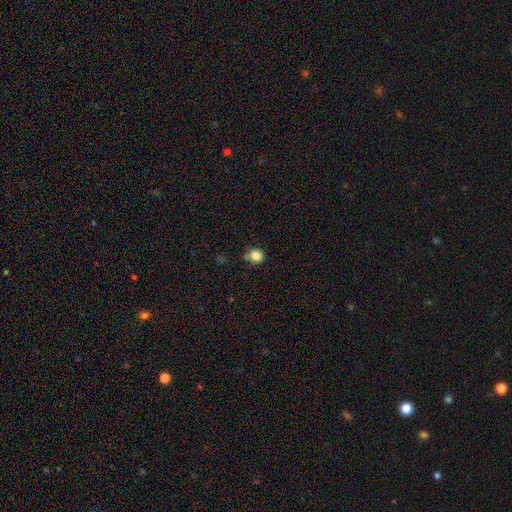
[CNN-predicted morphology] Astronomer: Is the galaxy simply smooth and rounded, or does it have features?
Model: smooth — 83%.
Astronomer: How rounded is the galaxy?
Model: round — 86%.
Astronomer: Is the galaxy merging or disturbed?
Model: none — 68%.